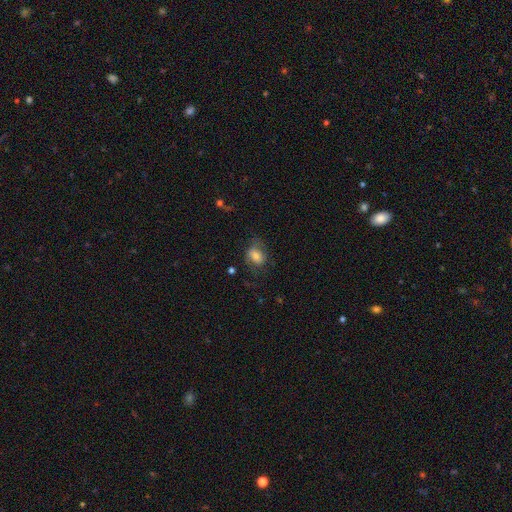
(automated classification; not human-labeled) Smooth or featured? smooth (55%)
How rounded? in between (65%)
Merging? none (56%)